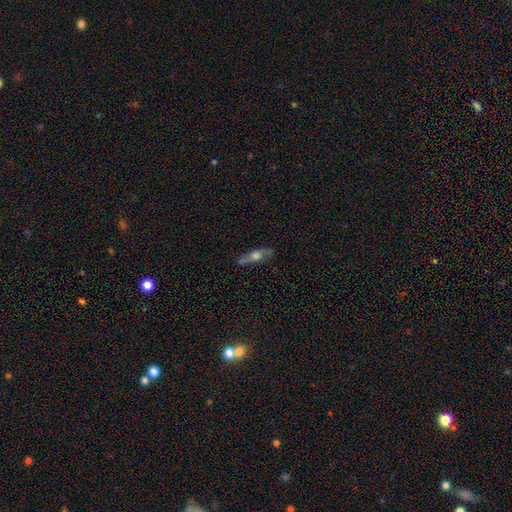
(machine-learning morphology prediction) A featured or disk galaxy (59%) viewed edge-on (76%). Merging: none (79%).